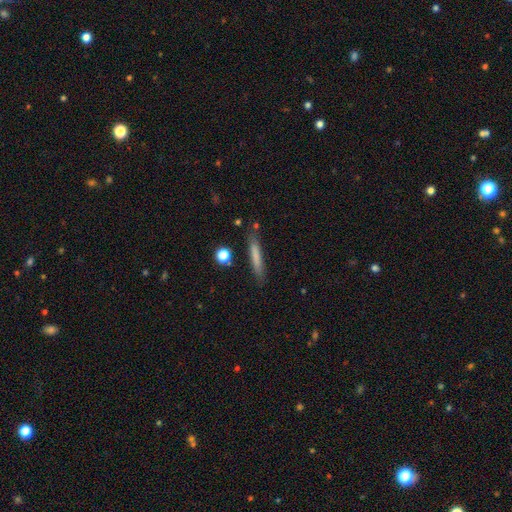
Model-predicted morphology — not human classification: Q: Smooth or featured?
A: smooth (74%); runner-up: featured or disk (18%)
Q: How rounded?
A: cigar-shaped (92%); runner-up: in between (6%)
Q: Merging?
A: none (83%); runner-up: minor disturbance (11%)